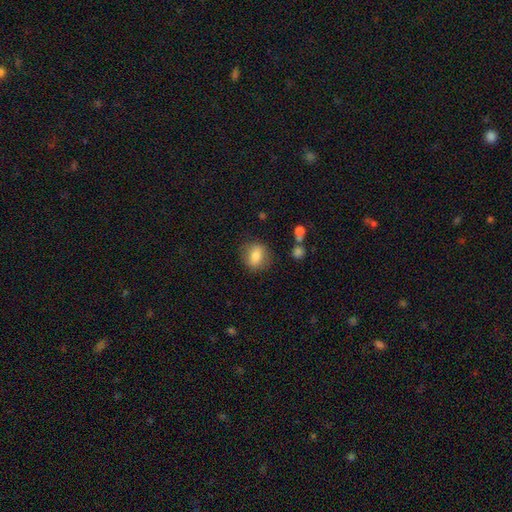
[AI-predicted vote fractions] Smooth or featured? Predicted: smooth (p=0.77). How rounded? Predicted: round (p=0.56). Merging? Predicted: none (p=0.81).